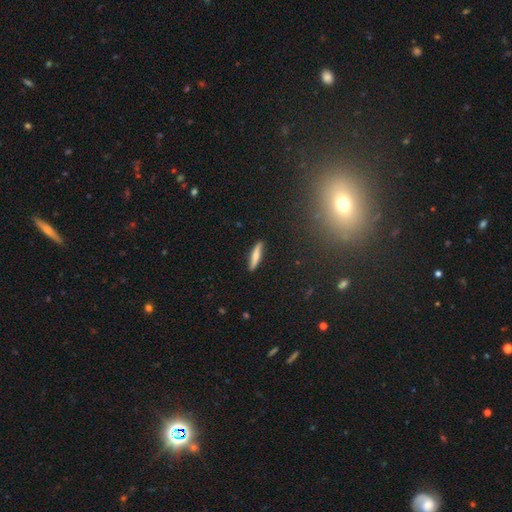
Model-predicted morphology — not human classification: A smooth galaxy with no disk features (64%) that is cigar-shaped (88%).

Vote fractions:
- Smooth or featured? smooth: 64% / featured or disk: 29% / star or artifact: 7%
- How rounded? cigar-shaped: 88% / in between: 10% / round: 2%
- Merging? none: 89% / minor disturbance: 8% / major disturbance: 2% / merger: 1%